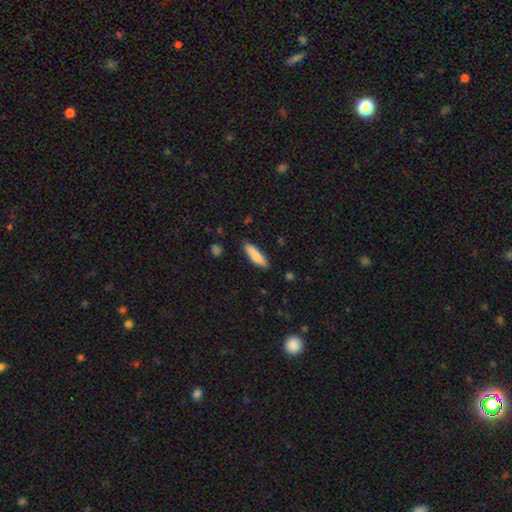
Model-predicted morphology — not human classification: Smooth or featured: smooth — 82% (featured or disk — 12%)
How rounded: cigar-shaped — 62% (in between — 36%)
Merging: none — 86% (minor disturbance — 11%)